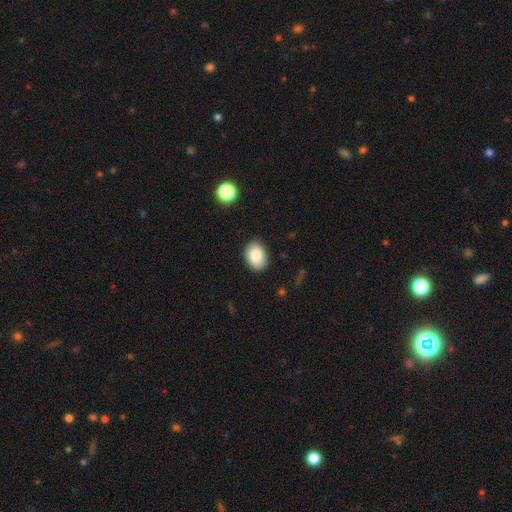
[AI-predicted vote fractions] smooth 87%, star or artifact 7%, featured or disk 6%. Down the decision tree: how rounded — in between (80%); merging — none (86%).